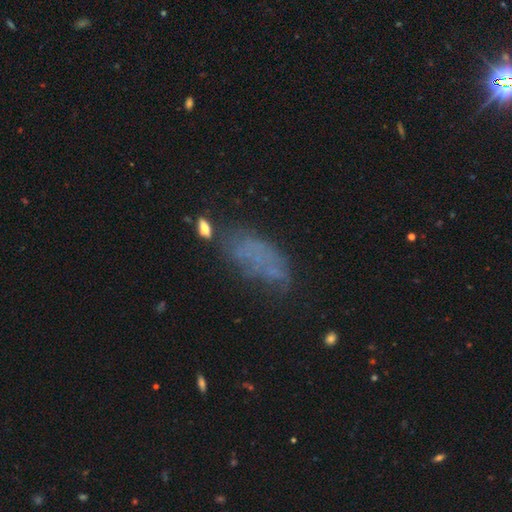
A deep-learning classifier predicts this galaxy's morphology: smooth_or_featured: smooth (p=0.54) [alt: featured or disk p=0.26]
how_rounded: in between (p=0.77) [alt: cigar-shaped p=0.19]
merging: none (p=0.53) [alt: minor disturbance p=0.23]